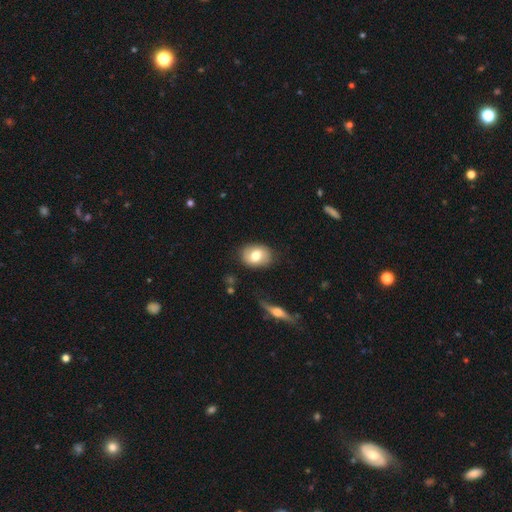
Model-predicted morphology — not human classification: Smooth or featured?
  - smooth: 72% *
  - featured or disk: 20%
  - star or artifact: 7%
How rounded?
  - in between: 67% *
  - round: 32%
  - cigar-shaped: 1%
Merging?
  - none: 83% *
  - minor disturbance: 12%
  - major disturbance: 3%
  - merger: 2%